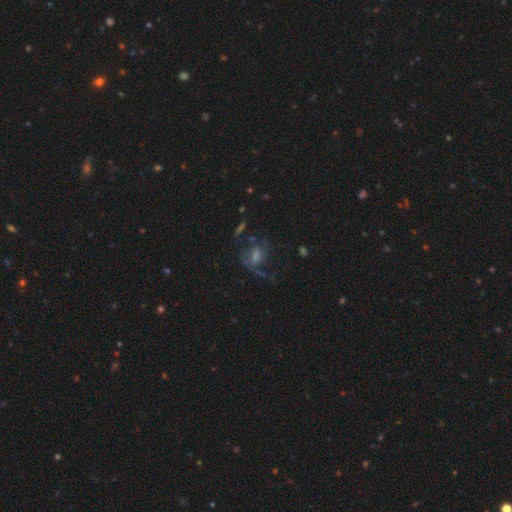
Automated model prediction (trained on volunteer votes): The model was most divided on "merging": none: 41%, major disturbance: 36%, minor disturbance: 16%, merger: 6%. Remaining: smooth or featured — featured or disk (49%).